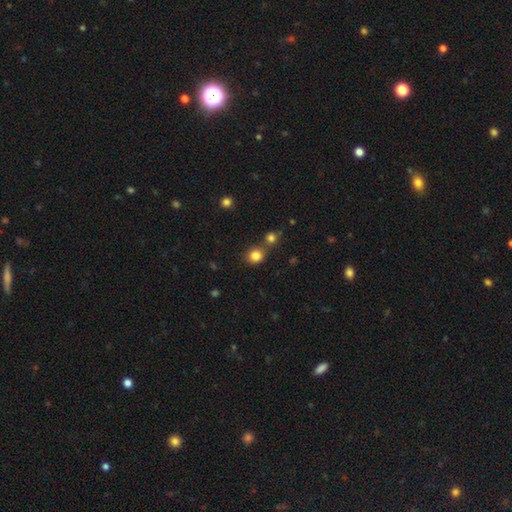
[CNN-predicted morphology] A smooth galaxy with no disk features (82%) that is round (83%).

Vote fractions:
- Smooth or featured? smooth: 82% / star or artifact: 12% / featured or disk: 6%
- How rounded? round: 83% / in between: 16% / cigar-shaped: 1%
- Merging? none: 64% / merger: 25% / minor disturbance: 8% / major disturbance: 3%